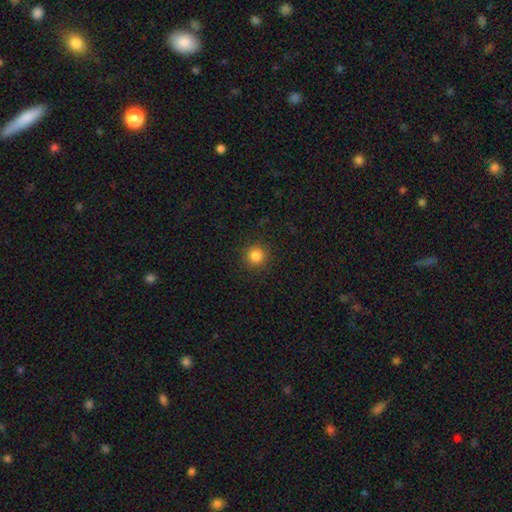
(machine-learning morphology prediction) Overall: smooth (84%). How rounded: round (94%). Merging: none (91%).